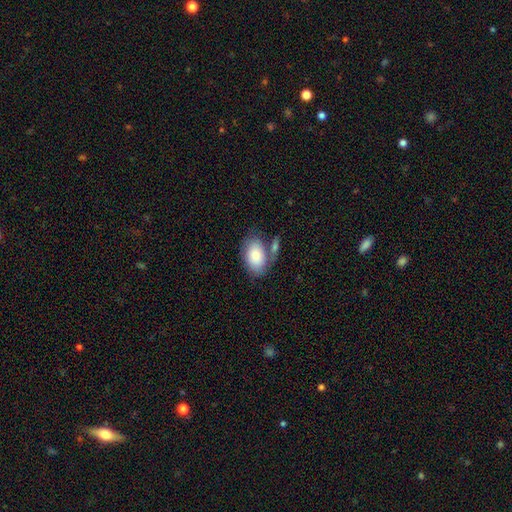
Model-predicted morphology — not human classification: Smooth or featured? Predicted: smooth (p=0.83). How rounded? Predicted: in between (p=0.91). Merging? Predicted: none (p=0.60).